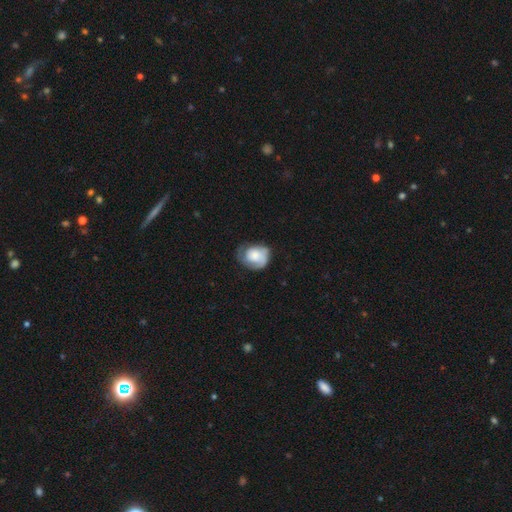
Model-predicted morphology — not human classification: A featured or disk galaxy (48%).

Vote fractions:
- Smooth or featured? featured or disk: 48% / smooth: 45% / star or artifact: 7%
- Merging? none: 49% / minor disturbance: 31% / major disturbance: 18% / merger: 2%